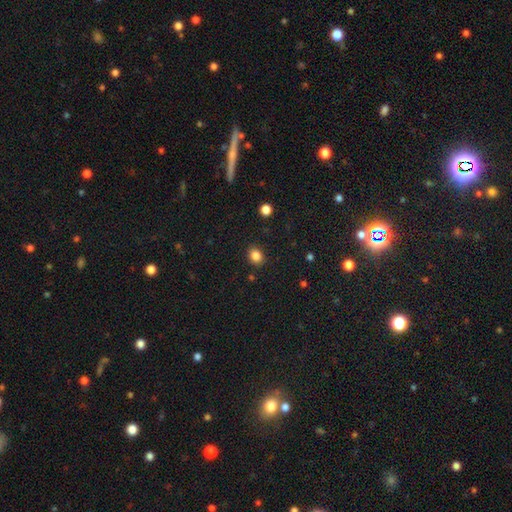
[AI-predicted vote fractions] A smooth galaxy with no disk features (85%) that is round (52%). Merging: none (88%).